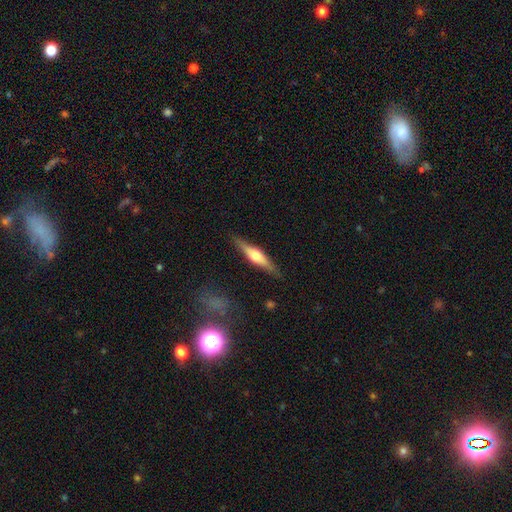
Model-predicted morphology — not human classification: Overall: featured or disk (61%; smooth 34%). Edge-on disk: yes (94%). Edge-on bulge: rounded (91%). Merging: none (86%).